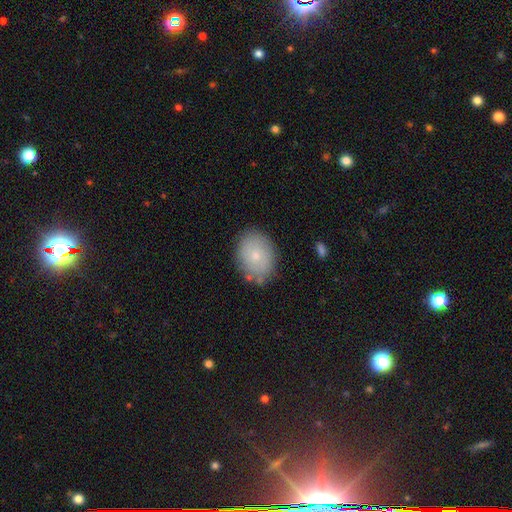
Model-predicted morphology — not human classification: Smooth or featured: smooth — 70% (featured or disk — 23%)
How rounded: in between — 63% (round — 36%)
Merging: none — 80% (minor disturbance — 15%)